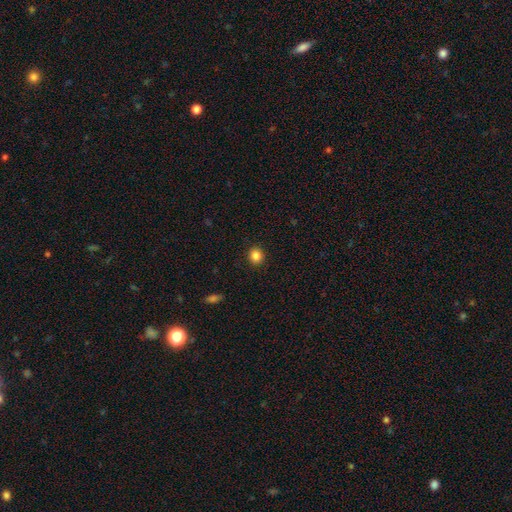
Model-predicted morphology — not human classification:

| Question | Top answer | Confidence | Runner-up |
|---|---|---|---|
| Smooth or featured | smooth | 85% | star or artifact (11%) |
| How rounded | round | 85% | in between (14%) |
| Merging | none | 92% | minor disturbance (6%) |